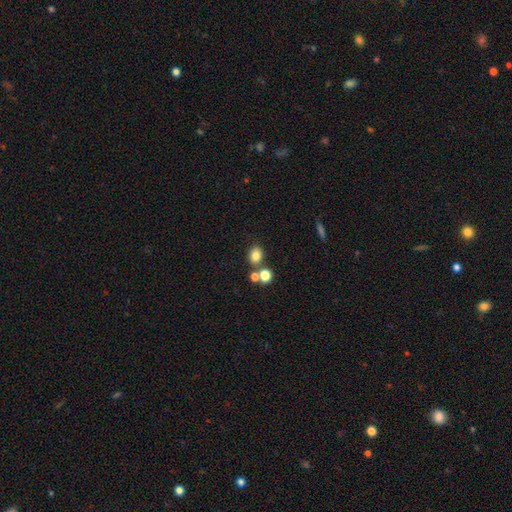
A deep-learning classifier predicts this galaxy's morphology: A smooth galaxy with no disk features (79%) that is round (50%). Merging: none (67%).